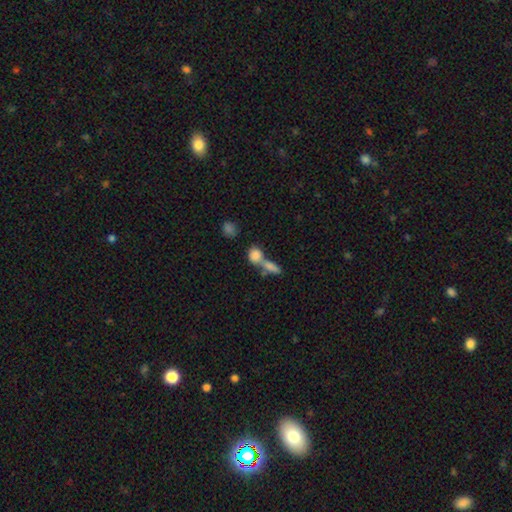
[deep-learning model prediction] Q: Smooth or featured?
A: smooth (81%); runner-up: featured or disk (10%)
Q: How rounded?
A: in between (47%); runner-up: round (44%)
Q: Merging?
A: merger (56%); runner-up: none (33%)